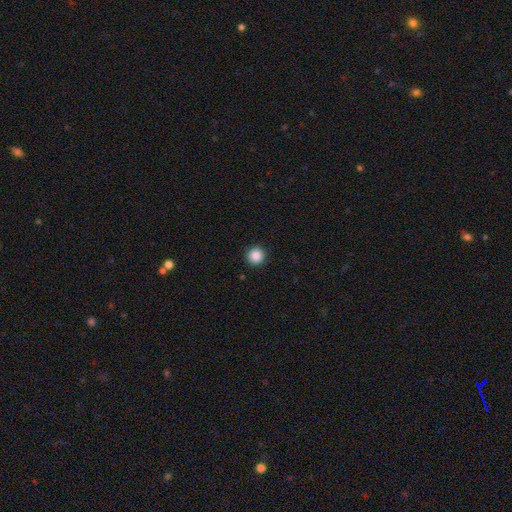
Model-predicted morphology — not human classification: type=smooth (88%); roundness=round (95%); merging=none (92%).